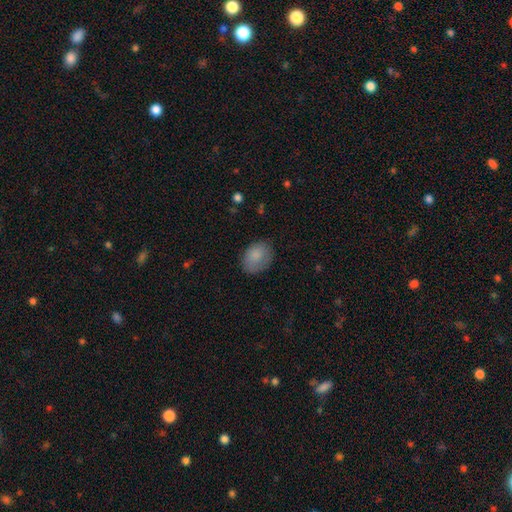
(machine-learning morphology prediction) smooth 84%, featured or disk 9%, star or artifact 7%. Down the decision tree: how rounded — in between (71%); merging — none (73%).